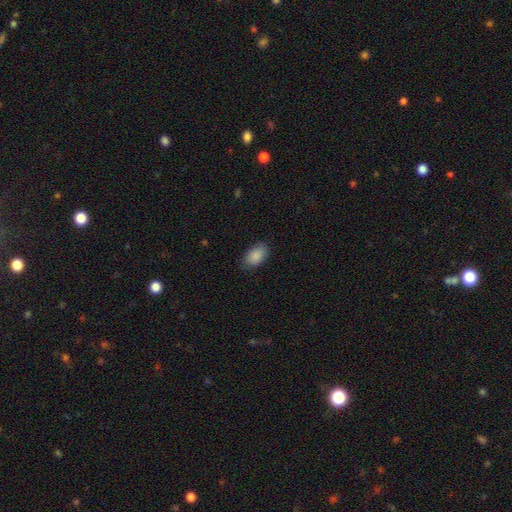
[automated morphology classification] This appears to be a smooth galaxy with no disk features (89%) that is in between round and cigar-shaped (93%). Merging: none (80%).